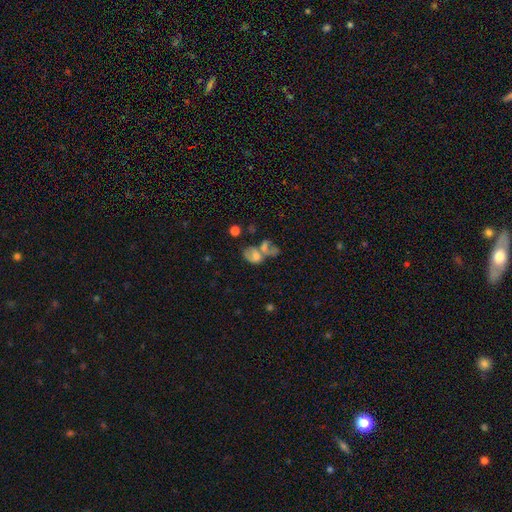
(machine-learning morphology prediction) The model was most divided on "smooth or featured": smooth: 56%, featured or disk: 32%, star or artifact: 12%. More confident: how rounded — in between (78%); merging — merger (56%).